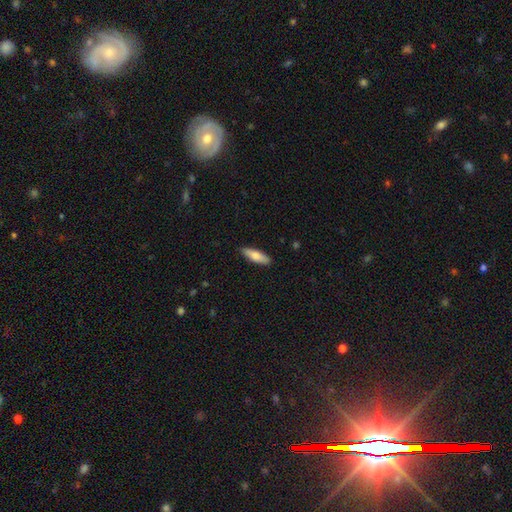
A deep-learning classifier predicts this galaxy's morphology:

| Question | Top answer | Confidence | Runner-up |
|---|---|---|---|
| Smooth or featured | smooth | 77% | featured or disk (18%) |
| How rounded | cigar-shaped | 53% | in between (45%) |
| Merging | none | 89% | minor disturbance (8%) |